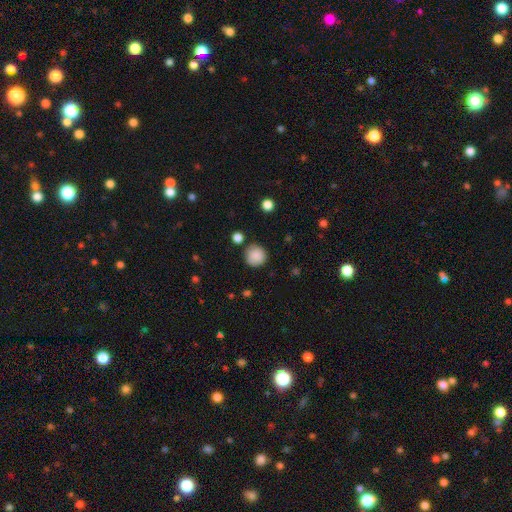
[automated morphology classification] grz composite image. It shows a smooth galaxy with no disk features (87%) that is round (93%). Merging: none (83%).